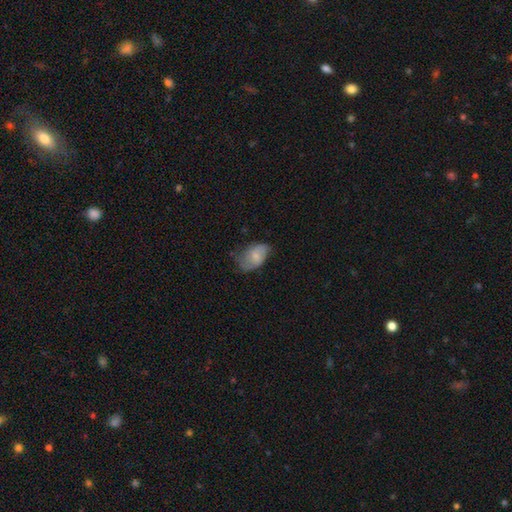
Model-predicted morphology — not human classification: smooth-or-featured: smooth: 64% | featured or disk: 30% | star or artifact: 7%
  how-rounded: in between: 88% | round: 11% | cigar-shaped: 1%
  merging: none: 43% | minor disturbance: 40% | major disturbance: 16% | merger: 2%